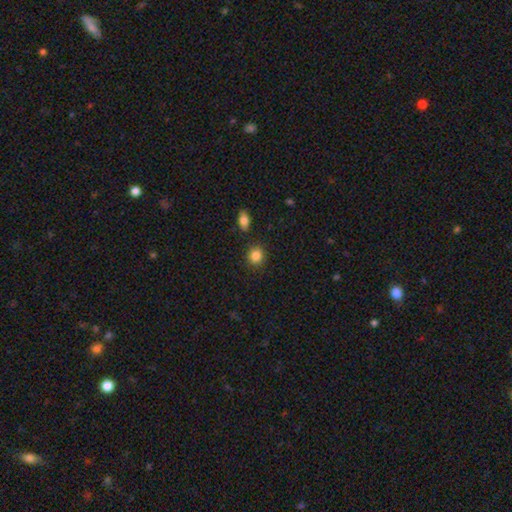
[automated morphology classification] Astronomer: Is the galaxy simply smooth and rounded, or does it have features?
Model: smooth — 86%.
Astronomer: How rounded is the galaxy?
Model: round — 82%.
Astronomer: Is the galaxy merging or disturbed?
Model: none — 88%.